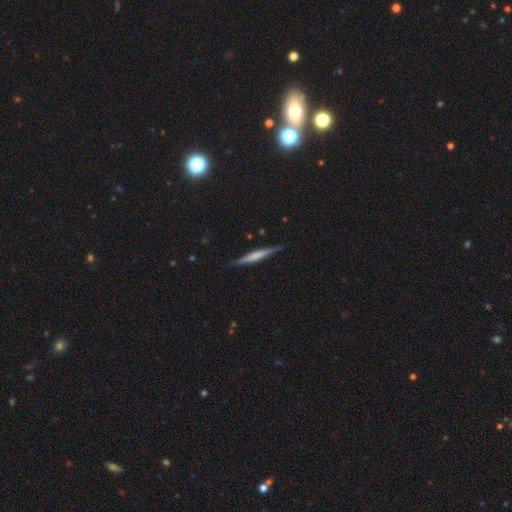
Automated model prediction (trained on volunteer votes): This is possibly a featured or disk galaxy (58%). It is clearly viewed edge-on (97%). Edge-on bulge: marginally none (37%). Merging: clearly none (87%).